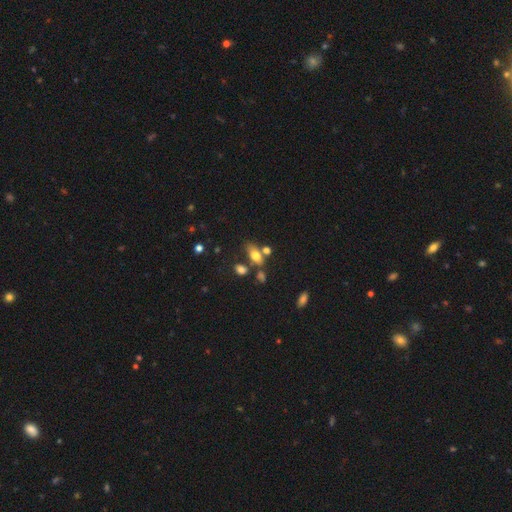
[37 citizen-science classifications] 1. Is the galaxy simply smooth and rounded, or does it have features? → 81% smooth, 16% featured or disk, 3% star or artifact.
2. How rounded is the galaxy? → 87% in between, 7% round, 7% cigar-shaped.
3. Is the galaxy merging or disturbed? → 39% none, 31% merger, 25% minor disturbance, 6% major disturbance.